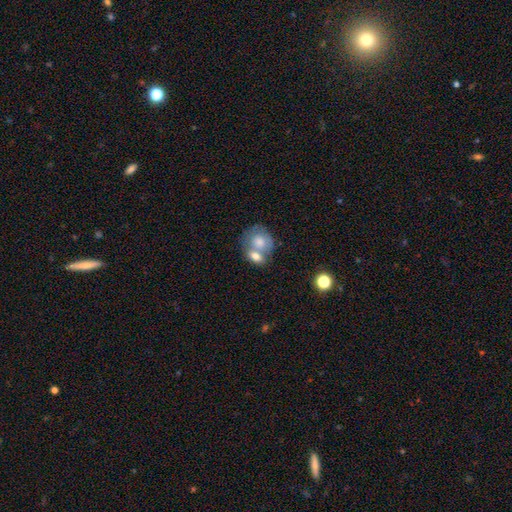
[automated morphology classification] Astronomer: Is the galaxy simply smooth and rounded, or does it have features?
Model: smooth — 73%.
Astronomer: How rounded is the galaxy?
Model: in between — 50% (runner-up: round, 48%).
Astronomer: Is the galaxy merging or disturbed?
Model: merger — 60%.